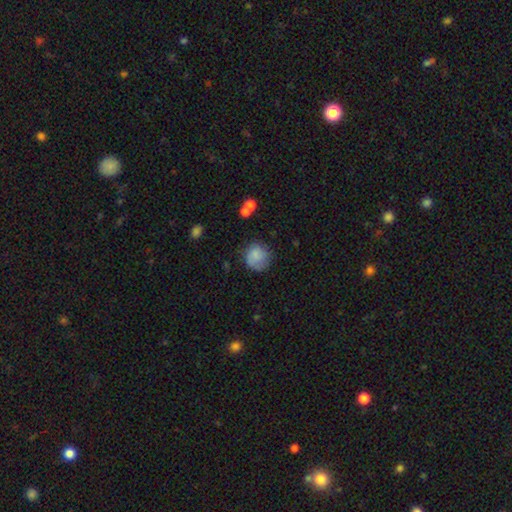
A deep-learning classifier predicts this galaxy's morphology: This is likely a smooth galaxy (77%). How rounded: clearly round (84%). Merging: likely none (62%).